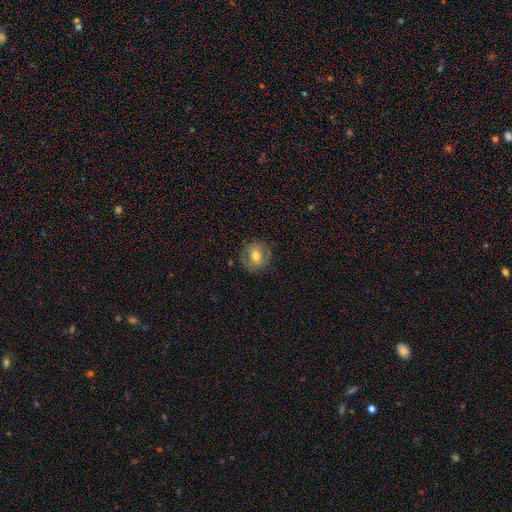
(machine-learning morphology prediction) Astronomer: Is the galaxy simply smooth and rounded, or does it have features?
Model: smooth — 61%.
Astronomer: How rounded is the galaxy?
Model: round — 85%.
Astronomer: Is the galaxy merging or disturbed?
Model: none — 80%.